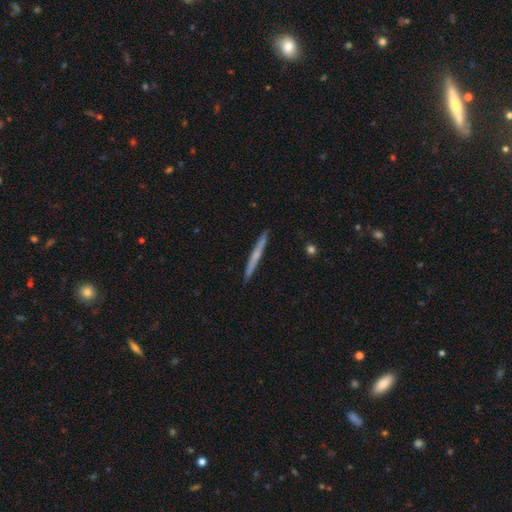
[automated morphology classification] Smooth or featured?
  - featured or disk: 48% *
  - smooth: 47%
  - star or artifact: 6%
Merging?
  - none: 92% *
  - minor disturbance: 6%
  - major disturbance: 1%
  - merger: 1%